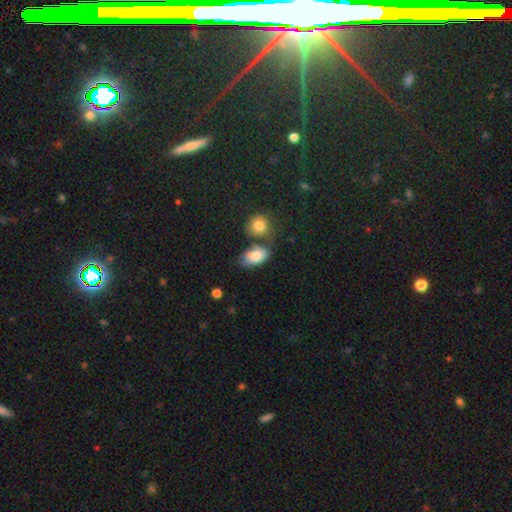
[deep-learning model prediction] This appears to be a smooth galaxy with no disk features (81%) that is in between round and cigar-shaped (89%). Merging: none (51%).